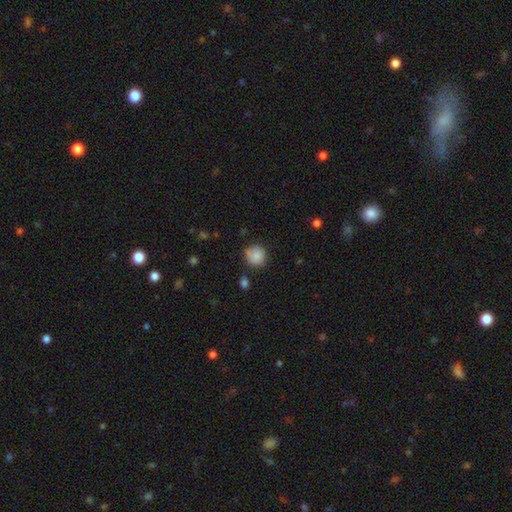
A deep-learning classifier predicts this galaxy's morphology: Smooth or featured?
  - smooth: 87% *
  - star or artifact: 9%
  - featured or disk: 5%
How rounded?
  - round: 91% *
  - in between: 8%
  - cigar-shaped: 1%
Merging?
  - none: 77% *
  - minor disturbance: 16%
  - merger: 4%
  - major disturbance: 3%